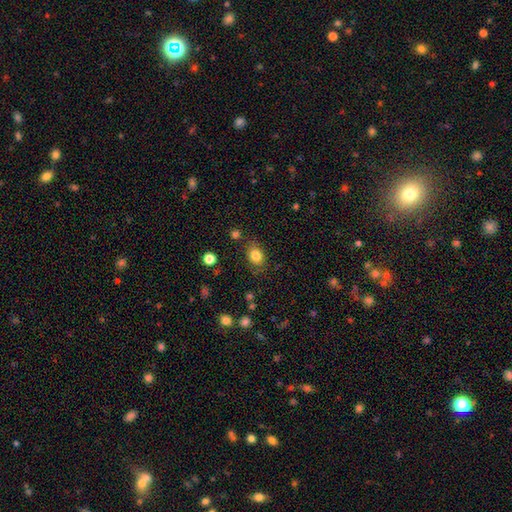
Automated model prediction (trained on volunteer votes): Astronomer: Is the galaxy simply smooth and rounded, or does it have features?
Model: smooth — 82%.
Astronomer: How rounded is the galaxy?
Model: in between — 59% (runner-up: round, 40%).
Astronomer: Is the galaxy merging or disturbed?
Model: none — 76%.